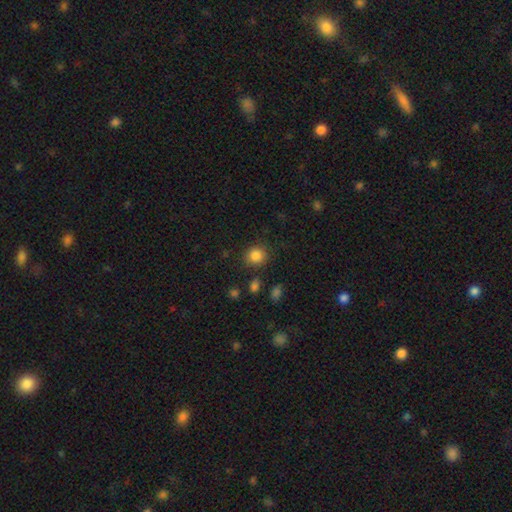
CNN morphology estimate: Smooth or featured?
  - smooth: 85% *
  - star or artifact: 11%
  - featured or disk: 4%
How rounded?
  - round: 88% *
  - in between: 11%
  - cigar-shaped: 1%
Merging?
  - none: 85% *
  - minor disturbance: 9%
  - major disturbance: 3%
  - merger: 3%